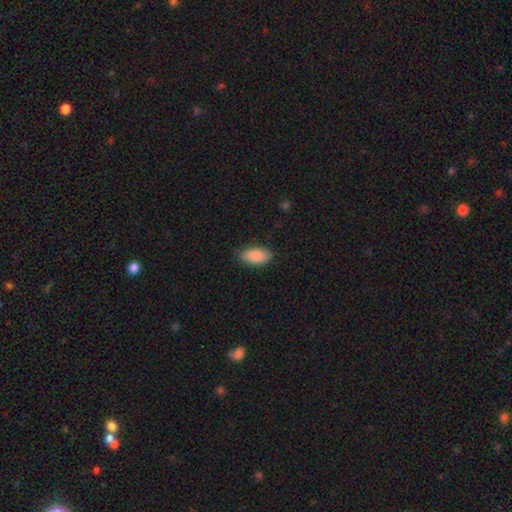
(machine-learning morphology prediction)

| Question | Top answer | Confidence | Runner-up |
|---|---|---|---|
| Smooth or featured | smooth | 88% | star or artifact (6%) |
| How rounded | in between | 92% | cigar-shaped (5%) |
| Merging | none | 84% | minor disturbance (13%) |